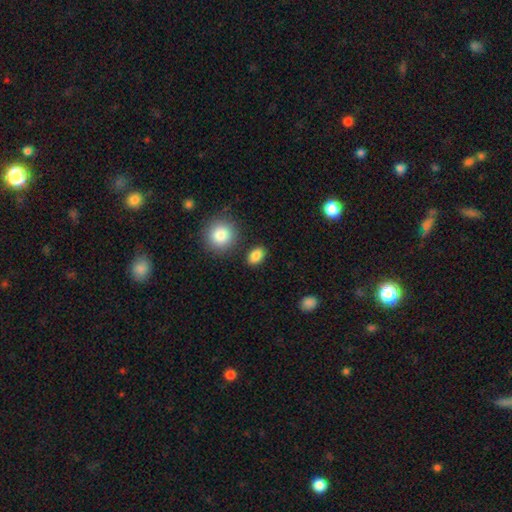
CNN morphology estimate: A smooth galaxy with no disk features (87%) that is in between round and cigar-shaped (79%). Merging: none (84%).